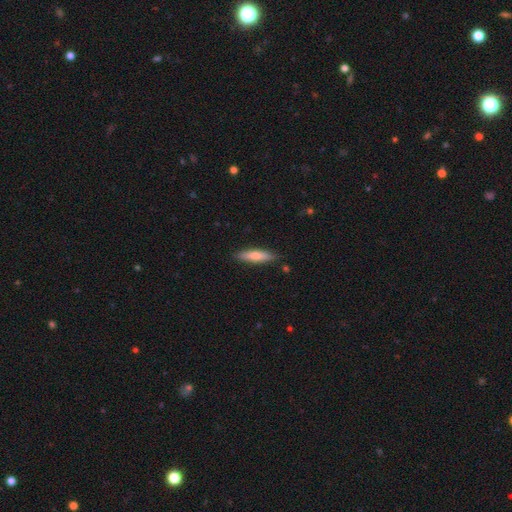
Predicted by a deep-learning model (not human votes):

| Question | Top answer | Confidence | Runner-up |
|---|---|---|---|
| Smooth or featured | smooth | 66% | featured or disk (28%) |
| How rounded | cigar-shaped | 78% | in between (21%) |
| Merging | none | 86% | minor disturbance (11%) |